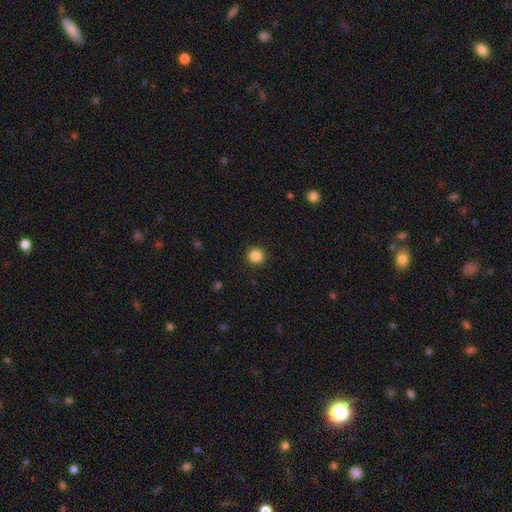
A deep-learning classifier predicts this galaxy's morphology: A smooth galaxy with no disk features (85%) that is round (94%). Merging: none (92%).